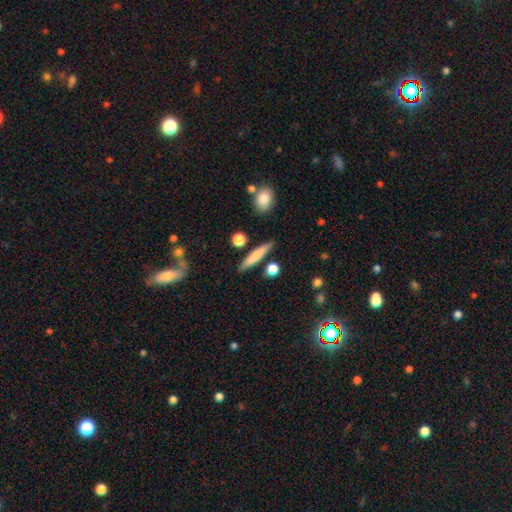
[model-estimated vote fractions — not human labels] Smooth or featured?
  - smooth: 73% *
  - featured or disk: 21%
  - star or artifact: 6%
How rounded?
  - cigar-shaped: 88% *
  - in between: 10%
  - round: 3%
Merging?
  - none: 85% *
  - minor disturbance: 8%
  - merger: 4%
  - major disturbance: 2%